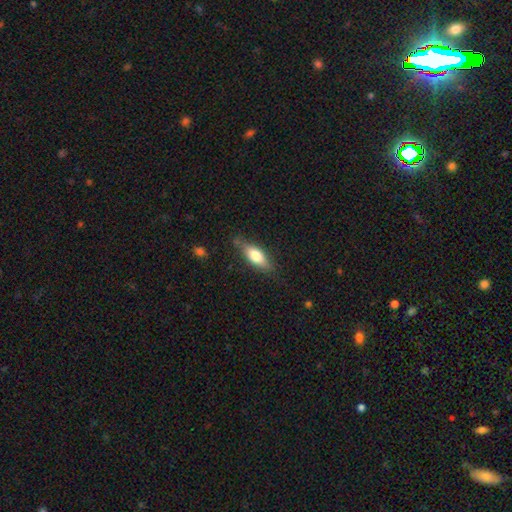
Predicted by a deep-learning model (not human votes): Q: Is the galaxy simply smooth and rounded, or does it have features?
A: smooth — 70%.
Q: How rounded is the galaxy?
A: in between — 69%.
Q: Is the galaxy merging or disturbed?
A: none — 75%.